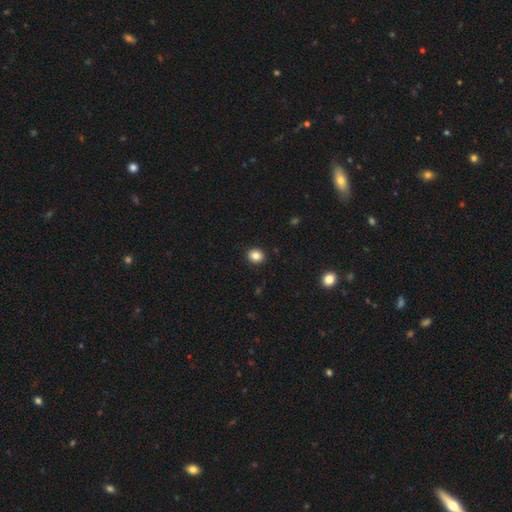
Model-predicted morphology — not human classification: This is clearly a smooth galaxy (84%). How rounded: likely round (79%). Merging: clearly none (93%).